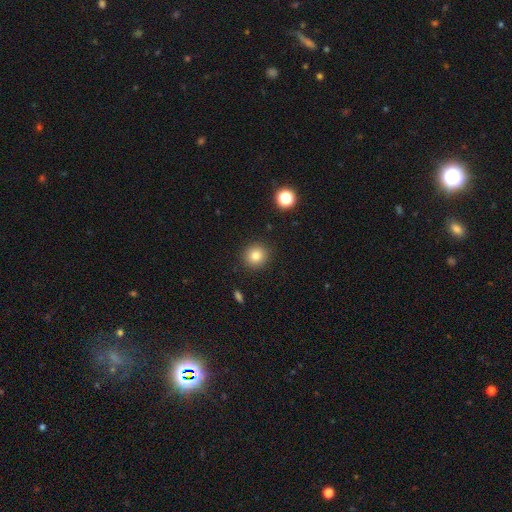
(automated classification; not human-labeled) Overall: smooth (82%). How rounded: round (91%). Merging: none (90%).